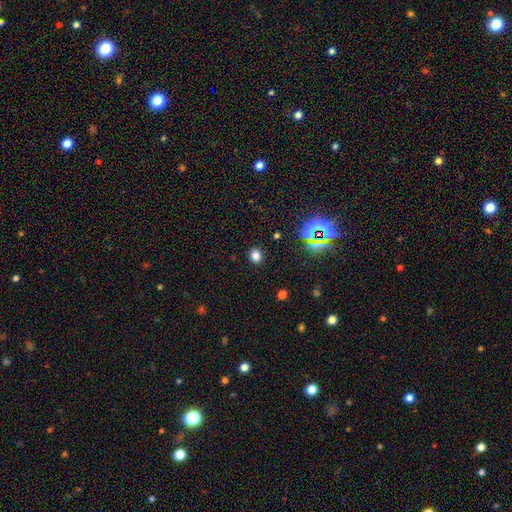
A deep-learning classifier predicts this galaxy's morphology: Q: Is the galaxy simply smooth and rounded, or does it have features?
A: smooth — 76%.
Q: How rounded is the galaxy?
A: round — 73%.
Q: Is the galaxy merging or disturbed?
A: none — 90%.